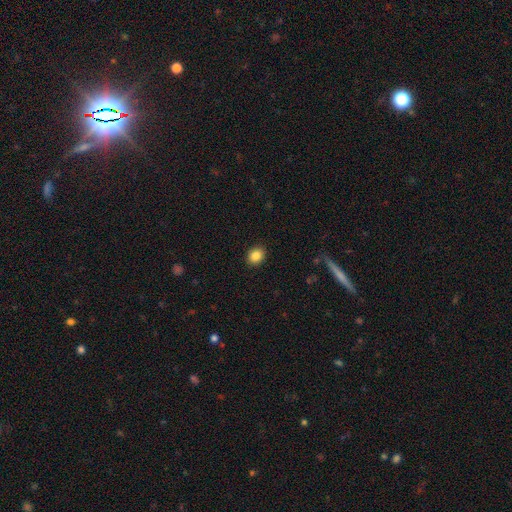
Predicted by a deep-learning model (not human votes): Smooth or featured?
  - smooth: 86% *
  - star or artifact: 9%
  - featured or disk: 4%
How rounded?
  - round: 60% *
  - in between: 39%
  - cigar-shaped: 1%
Merging?
  - none: 91% *
  - minor disturbance: 6%
  - major disturbance: 2%
  - merger: 1%